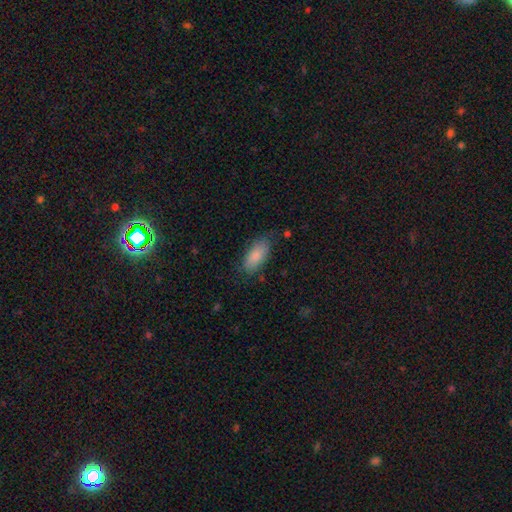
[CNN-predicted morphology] Overall: smooth (86%). How rounded: in between (90%). Merging: none (72%).